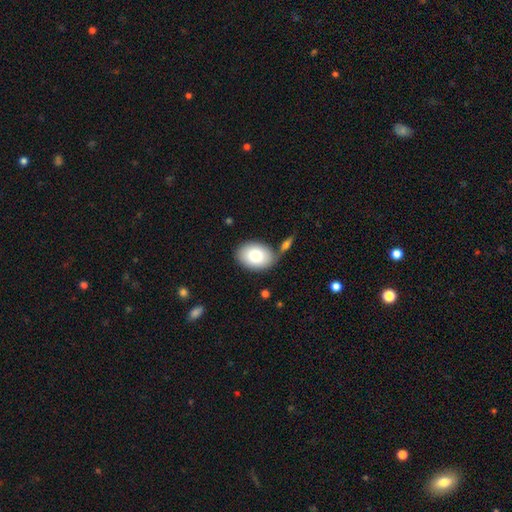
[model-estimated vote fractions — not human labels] A smooth galaxy with no disk features (80%) that is in between round and cigar-shaped (82%).

Vote fractions:
- Smooth or featured? smooth: 80% / featured or disk: 13% / star or artifact: 7%
- How rounded? in between: 82% / round: 17% / cigar-shaped: 1%
- Merging? none: 71% / minor disturbance: 13% / merger: 12% / major disturbance: 4%